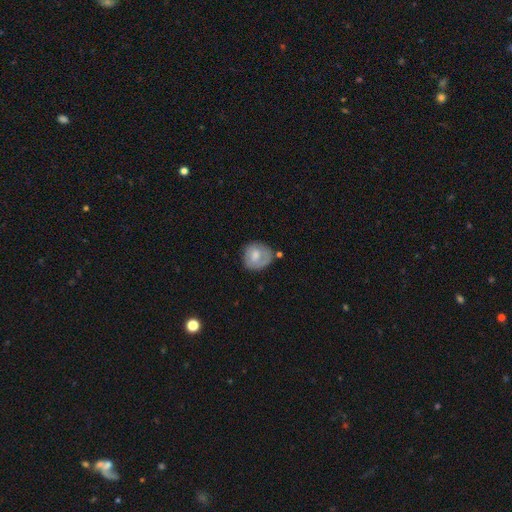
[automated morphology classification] smooth_or_featured: smooth (p=0.61) [alt: featured or disk p=0.32]
how_rounded: round (p=0.80) [alt: in between p=0.19]
merging: none (p=0.65) [alt: minor disturbance p=0.22]